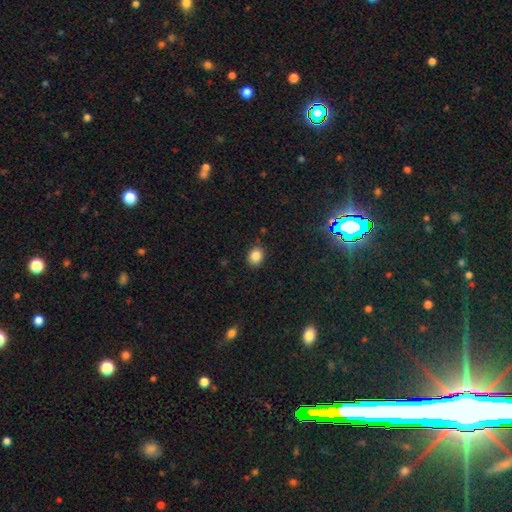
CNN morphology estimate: Smooth or featured?
  - smooth: 85% *
  - star or artifact: 10%
  - featured or disk: 5%
How rounded?
  - round: 58% *
  - in between: 41%
  - cigar-shaped: 1%
Merging?
  - none: 87% *
  - minor disturbance: 9%
  - major disturbance: 2%
  - merger: 1%